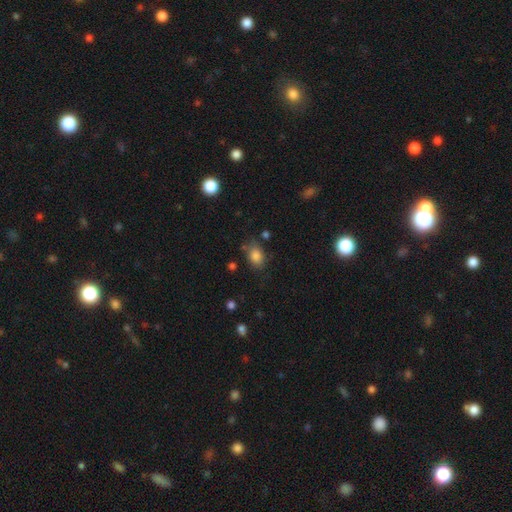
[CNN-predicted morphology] A smooth galaxy with no disk features (84%) that is in between round and cigar-shaped (75%).

Vote fractions:
- Smooth or featured? smooth: 84% / star or artifact: 10% / featured or disk: 6%
- How rounded? in between: 75% / round: 23% / cigar-shaped: 1%
- Merging? none: 72% / minor disturbance: 18% / major disturbance: 5% / merger: 4%